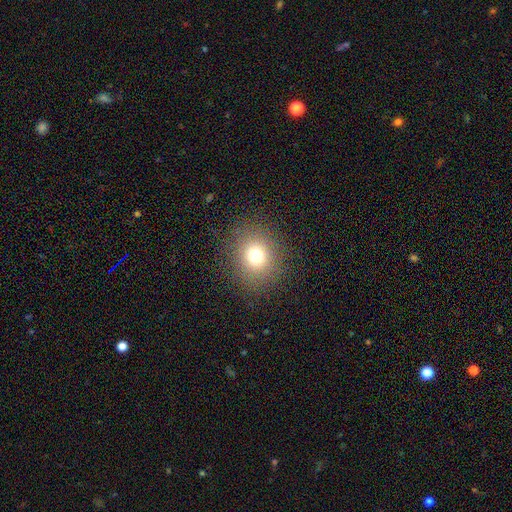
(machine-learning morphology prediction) Smooth or featured? Predicted: smooth (p=0.74). How rounded? Predicted: round (p=0.79). Merging? Predicted: none (p=0.87).